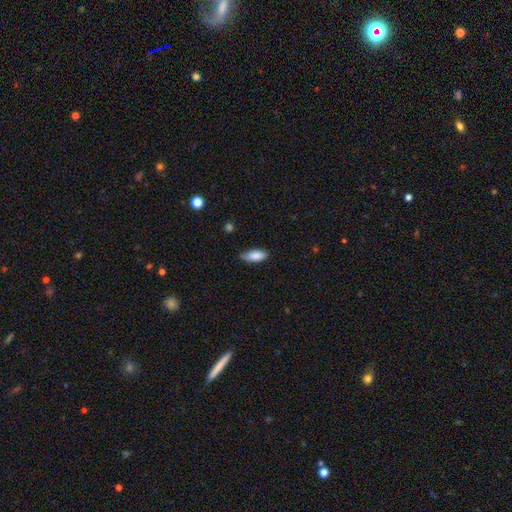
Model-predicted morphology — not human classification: Smooth or featured? Predicted: smooth (p=0.87). How rounded? Predicted: in between (p=0.82). Merging? Predicted: none (p=0.73).